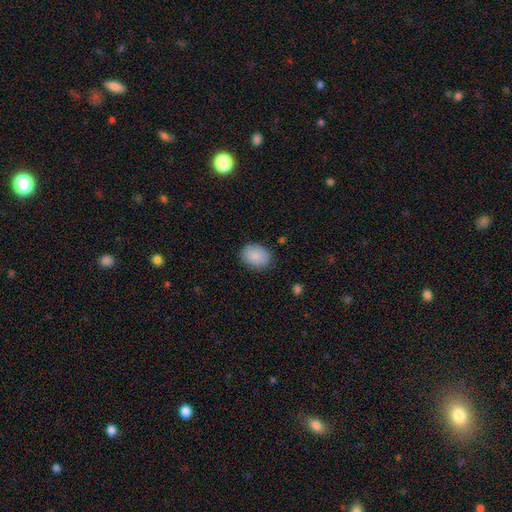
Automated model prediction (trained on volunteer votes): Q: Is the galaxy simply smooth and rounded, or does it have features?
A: smooth — 87%.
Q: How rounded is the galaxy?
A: in between — 64%.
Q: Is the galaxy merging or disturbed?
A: none — 84%.